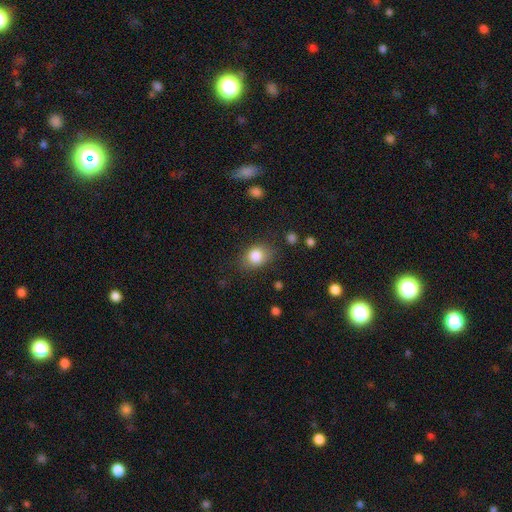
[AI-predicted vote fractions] Overall: smooth (83%). How rounded: in between (56%; round 43%). Merging: none (76%).